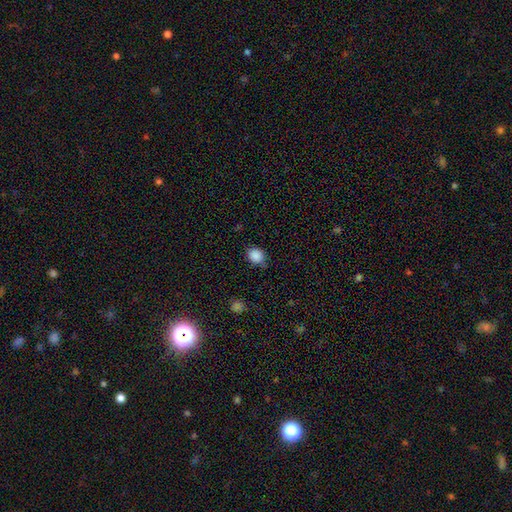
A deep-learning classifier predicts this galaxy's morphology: A smooth galaxy with no disk features (87%) that is round (64%). Merging: none (73%).